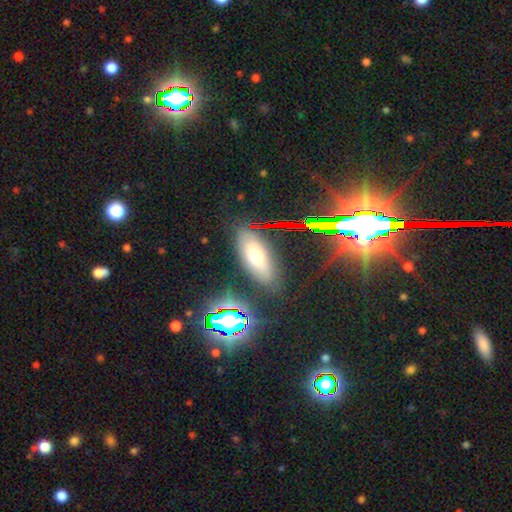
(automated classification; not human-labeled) A smooth galaxy with no disk features (56%) that is in between round and cigar-shaped (79%).

Vote fractions:
- Smooth or featured? smooth: 56% / featured or disk: 26% / star or artifact: 17%
- How rounded? in between: 79% / cigar-shaped: 17% / round: 4%
- Merging? none: 81% / minor disturbance: 12% / major disturbance: 5% / merger: 2%